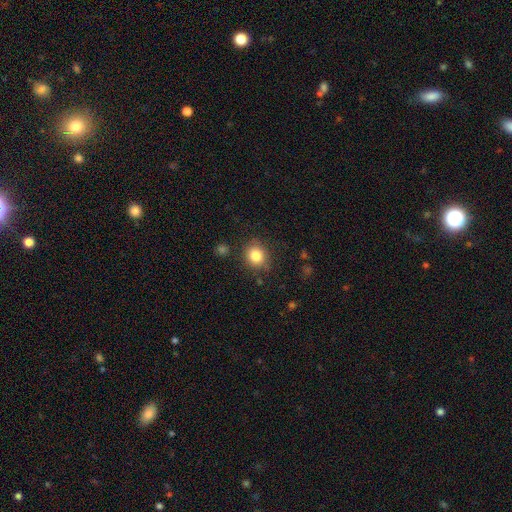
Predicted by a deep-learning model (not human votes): Smooth or featured?
  - smooth: 83% *
  - star or artifact: 10%
  - featured or disk: 7%
How rounded?
  - round: 79% *
  - in between: 20%
  - cigar-shaped: 1%
Merging?
  - none: 83% *
  - minor disturbance: 11%
  - major disturbance: 3%
  - merger: 3%